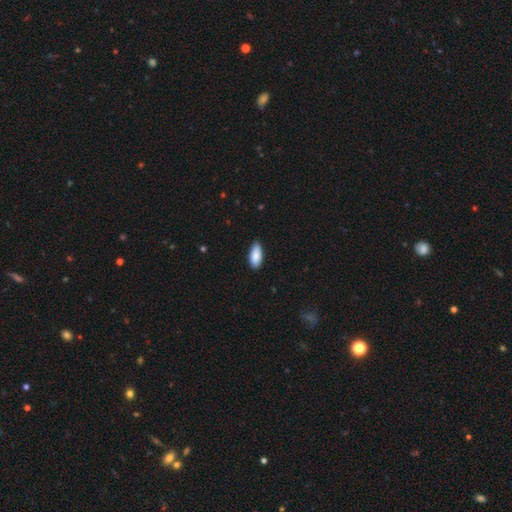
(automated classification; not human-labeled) Smooth or featured: smooth — 88% (featured or disk — 6%)
How rounded: in between — 88% (cigar-shaped — 10%)
Merging: none — 85% (minor disturbance — 12%)